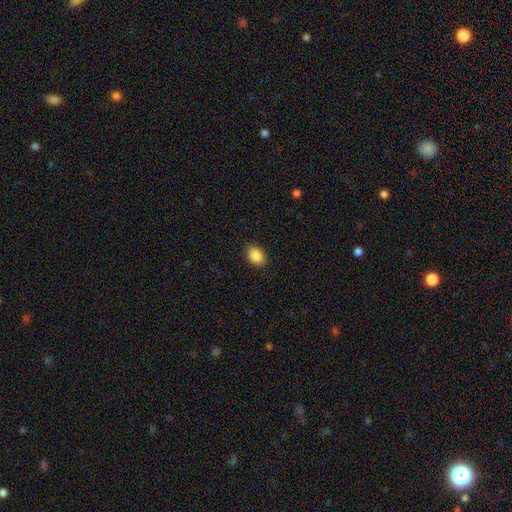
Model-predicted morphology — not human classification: Smooth or featured?
  - smooth: 89% *
  - star or artifact: 8%
  - featured or disk: 3%
How rounded?
  - in between: 77% *
  - round: 22%
  - cigar-shaped: 1%
Merging?
  - none: 88% *
  - minor disturbance: 9%
  - major disturbance: 2%
  - merger: 1%